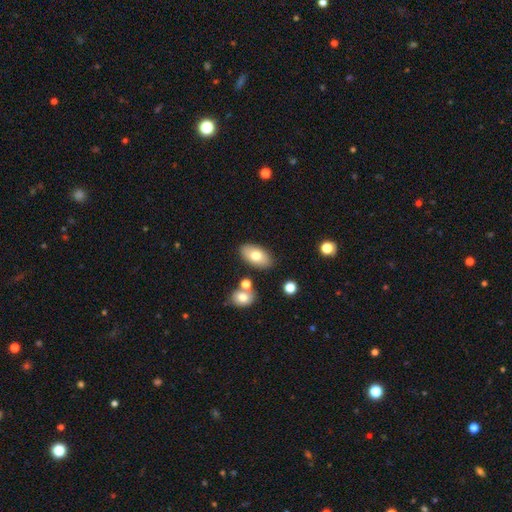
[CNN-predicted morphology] Smooth or featured? smooth (73%)
How rounded? in between (93%)
Merging? none (80%)